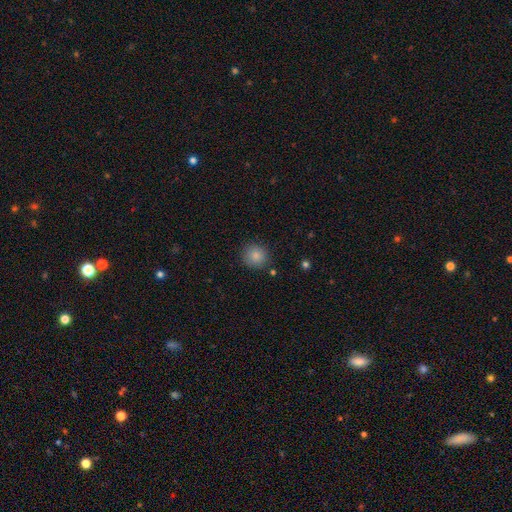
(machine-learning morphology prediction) This appears to be a smooth galaxy with no disk features (84%) that is round (91%). Merging: none (87%).